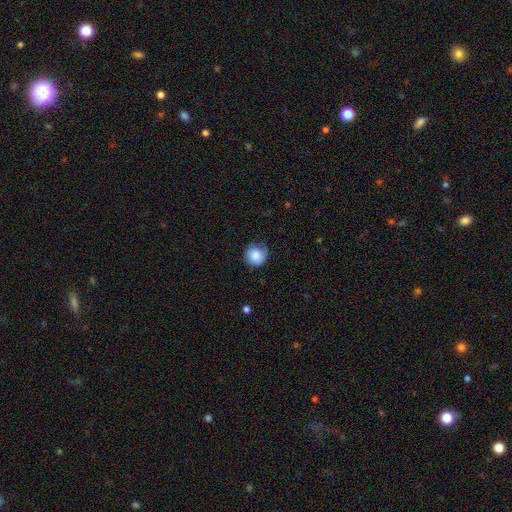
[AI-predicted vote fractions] This is clearly a smooth galaxy (83%). How rounded: clearly round (90%). Merging: likely none (67%).